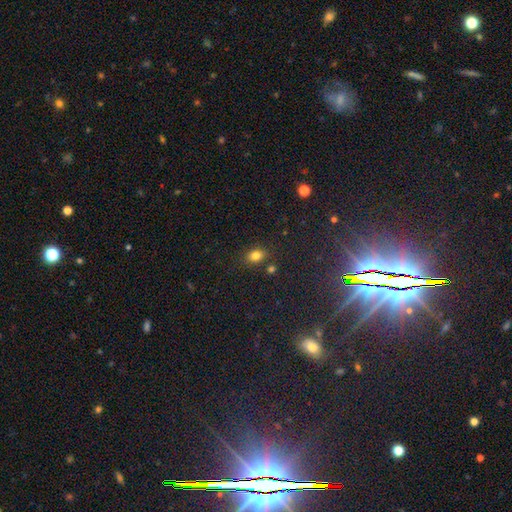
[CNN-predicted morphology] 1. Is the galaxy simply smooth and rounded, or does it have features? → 81% smooth, 12% star or artifact, 7% featured or disk.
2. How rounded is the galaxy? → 68% in between, 30% round, 2% cigar-shaped.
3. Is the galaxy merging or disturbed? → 77% none, 13% minor disturbance, 7% merger, 3% major disturbance.